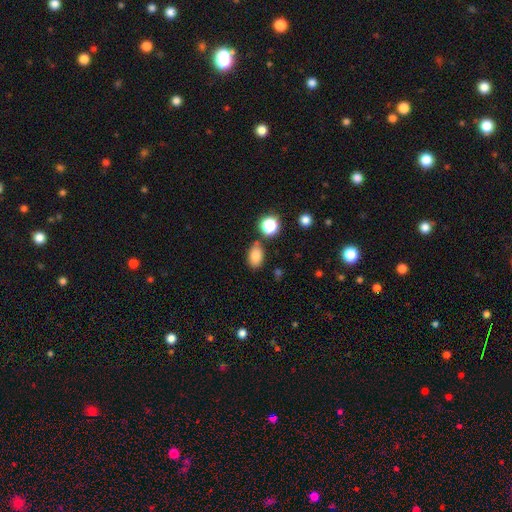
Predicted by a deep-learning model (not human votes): Smooth or featured? smooth (82%)
How rounded? in between (83%)
Merging? none (77%)